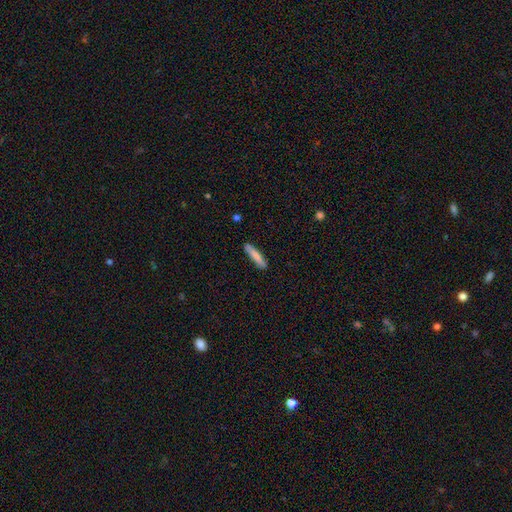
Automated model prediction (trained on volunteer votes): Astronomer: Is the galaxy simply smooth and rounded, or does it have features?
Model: smooth — 79%.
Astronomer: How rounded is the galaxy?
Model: cigar-shaped — 89%.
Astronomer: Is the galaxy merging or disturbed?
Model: none — 85%.